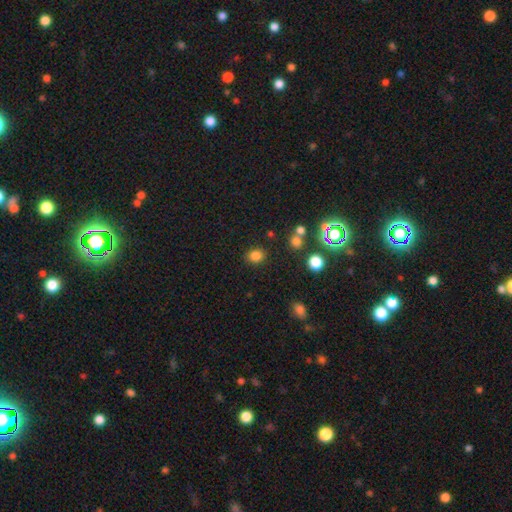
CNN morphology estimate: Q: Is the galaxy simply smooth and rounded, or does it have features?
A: smooth — 80%.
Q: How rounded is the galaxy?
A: round — 57%.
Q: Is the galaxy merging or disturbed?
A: none — 84%.